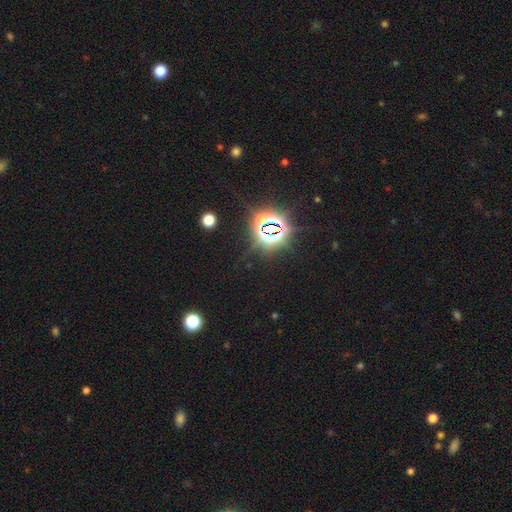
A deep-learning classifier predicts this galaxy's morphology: A star or artifact, not a galaxy (84%).